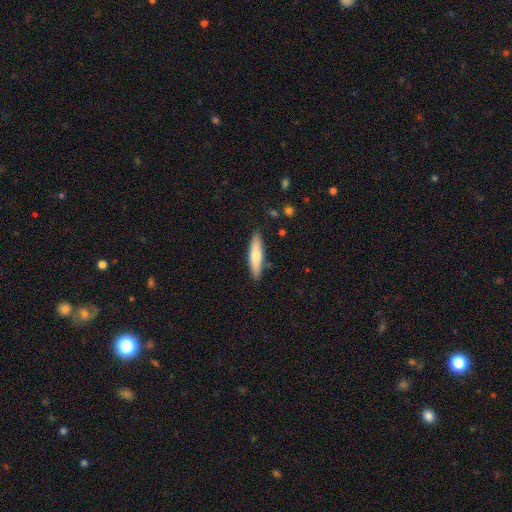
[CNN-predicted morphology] Q: Smooth or featured?
A: smooth (66%); runner-up: featured or disk (28%)
Q: How rounded?
A: cigar-shaped (76%); runner-up: in between (22%)
Q: Merging?
A: none (87%); runner-up: minor disturbance (9%)